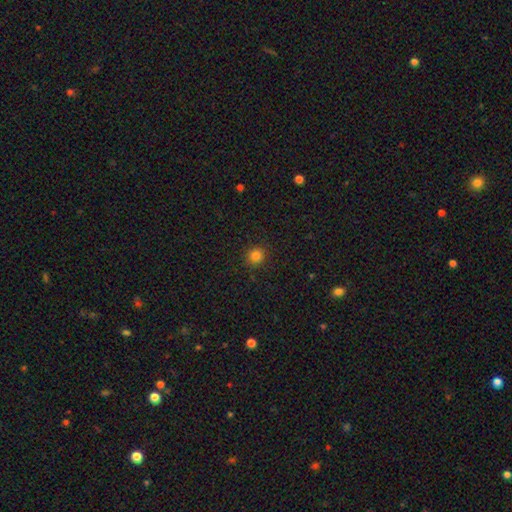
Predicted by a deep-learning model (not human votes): Smooth or featured? smooth (82%)
How rounded? round (90%)
Merging? none (89%)